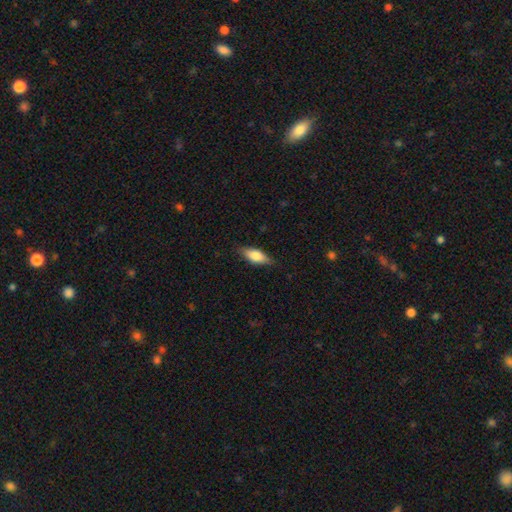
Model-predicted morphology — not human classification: This appears to be a smooth galaxy with no disk features (71%) that is in between round and cigar-shaped (73%). Merging: none (82%).